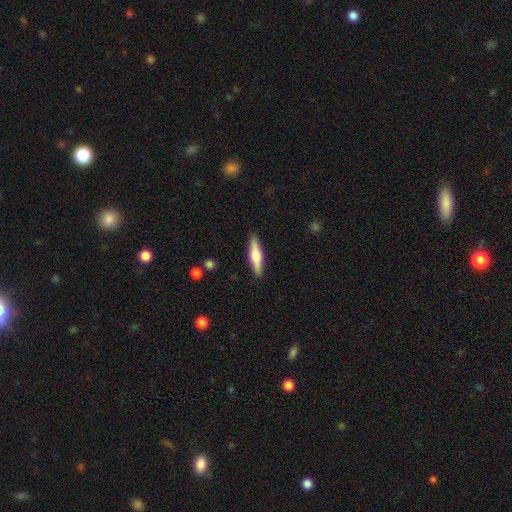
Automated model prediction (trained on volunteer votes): smooth 50%, featured or disk 45%, star or artifact 5%. Down the decision tree: merging — none (89%).